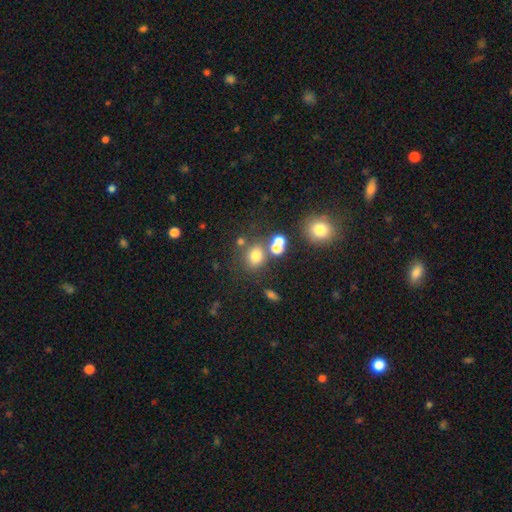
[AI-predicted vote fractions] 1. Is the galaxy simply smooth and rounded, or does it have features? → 72% smooth, 18% star or artifact, 10% featured or disk.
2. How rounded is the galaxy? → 64% round, 35% in between, 1% cigar-shaped.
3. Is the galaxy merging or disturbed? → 62% none, 19% merger, 12% minor disturbance, 6% major disturbance.